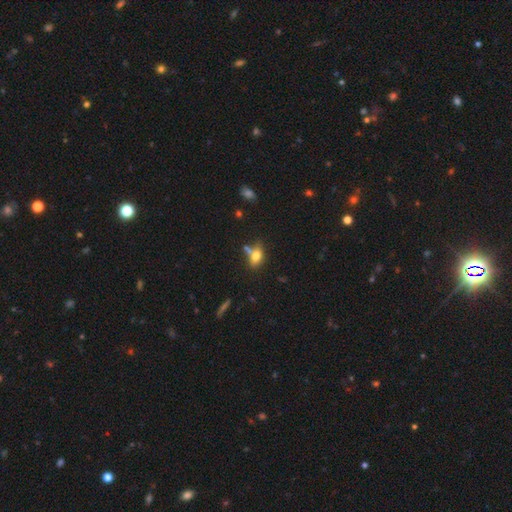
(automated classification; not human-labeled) A smooth galaxy with no disk features (71%) that is in between round and cigar-shaped (78%).

Vote fractions:
- Smooth or featured? smooth: 71% / featured or disk: 18% / star or artifact: 11%
- How rounded? in between: 78% / round: 16% / cigar-shaped: 6%
- Merging? none: 54% / merger: 24% / minor disturbance: 16% / major disturbance: 6%